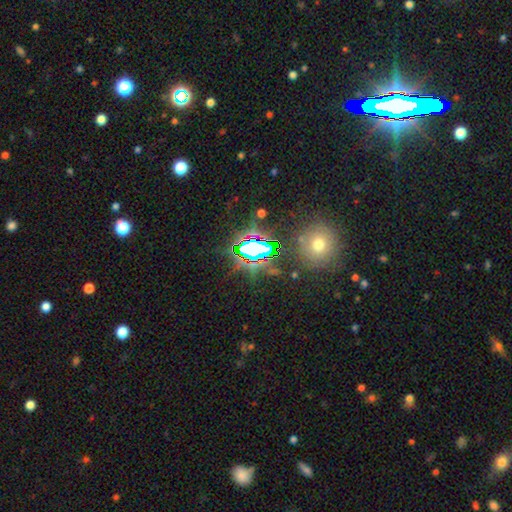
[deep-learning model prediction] smooth_or_featured: star or artifact (p=0.75) [alt: smooth p=0.15]